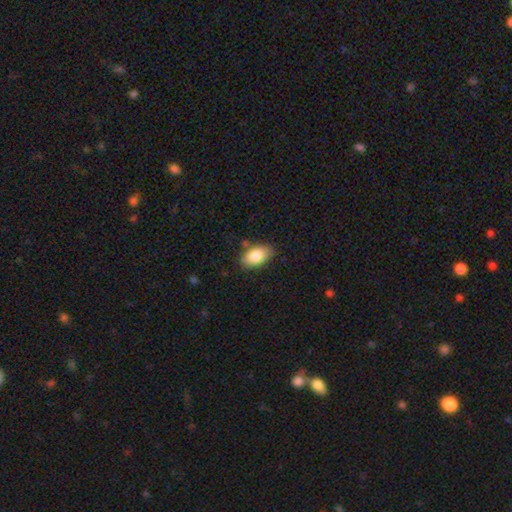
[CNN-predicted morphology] A smooth galaxy with no disk features (83%) that is in between round and cigar-shaped (92%). Merging: none (79%).